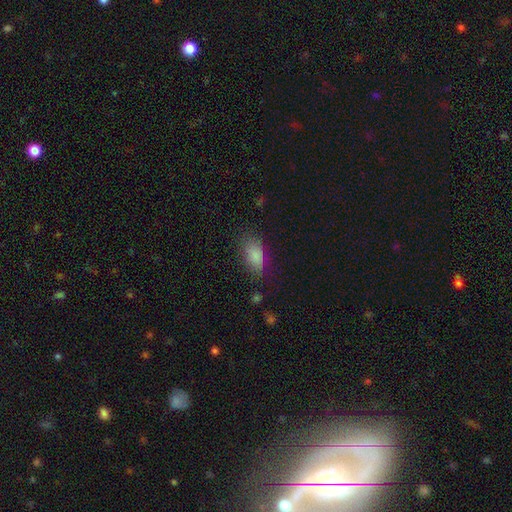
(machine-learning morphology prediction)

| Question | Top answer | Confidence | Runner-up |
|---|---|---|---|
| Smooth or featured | smooth | 83% | star or artifact (10%) |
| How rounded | in between | 89% | round (7%) |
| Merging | none | 75% | minor disturbance (18%) |